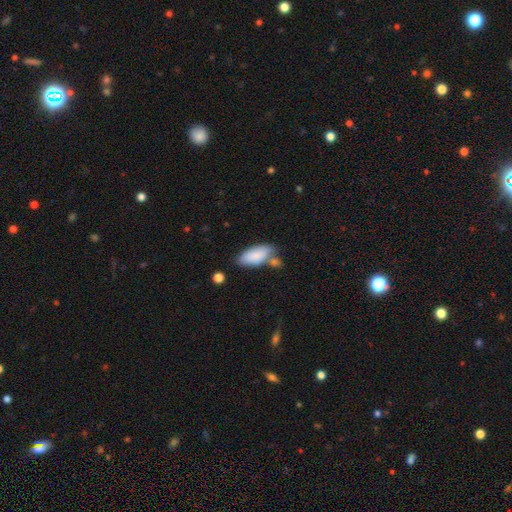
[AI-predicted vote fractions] smooth-or-featured: smooth: 85% | featured or disk: 9% | star or artifact: 6%
  how-rounded: in between: 87% | cigar-shaped: 11% | round: 2%
  merging: none: 54% | merger: 21% | minor disturbance: 19% | major disturbance: 6%